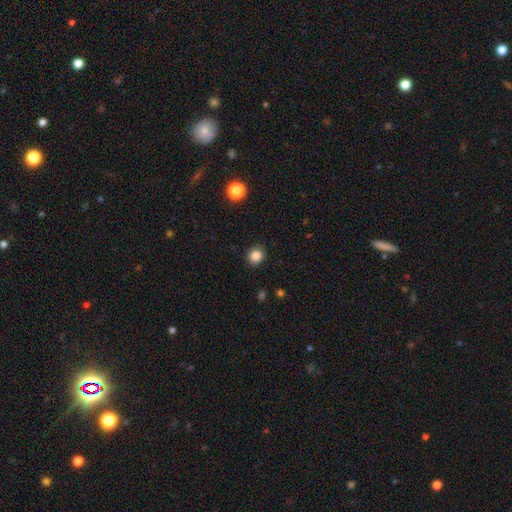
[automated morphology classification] Smooth or featured? smooth (85%)
How rounded? round (81%)
Merging? none (90%)